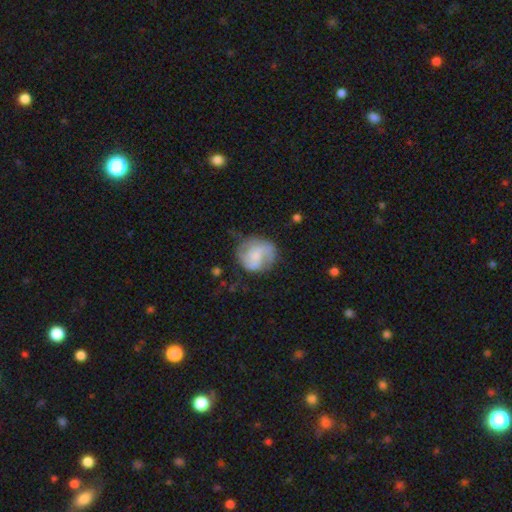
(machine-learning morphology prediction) A featured or disk galaxy (57%) with no bar (63%), spiral arms (81%) and a small central bulge (41%). Merging: none (56%).